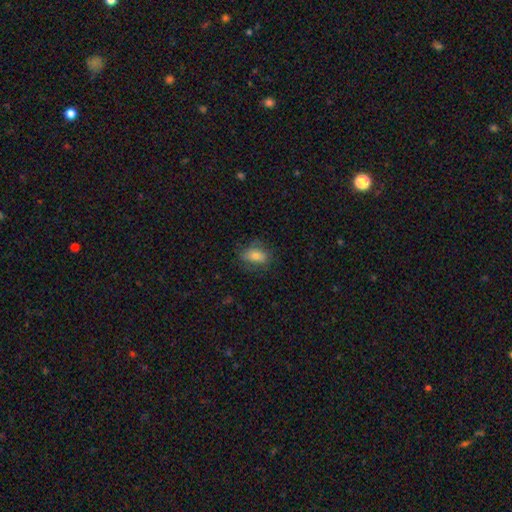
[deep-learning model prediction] Smooth or featured? Predicted: smooth (p=0.67). How rounded? Predicted: in between (p=0.78). Merging? Predicted: none (p=0.69).